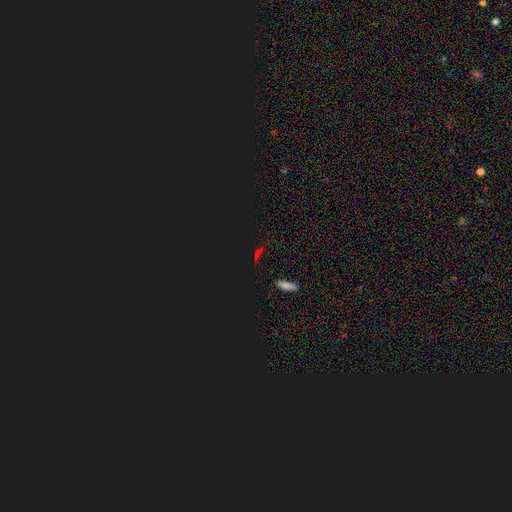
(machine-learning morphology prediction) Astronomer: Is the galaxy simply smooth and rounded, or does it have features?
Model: star or artifact — 72%.